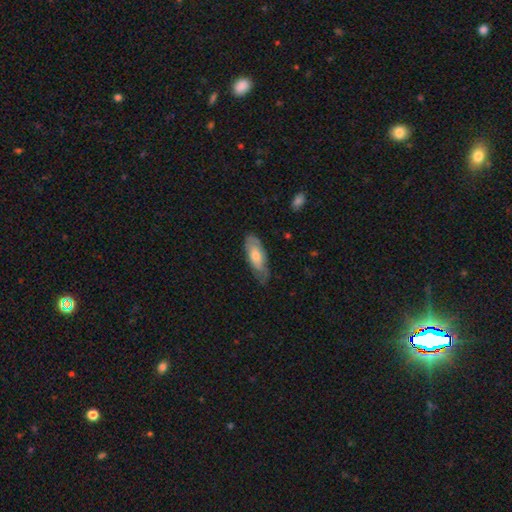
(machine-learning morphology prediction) A smooth galaxy with no disk features (59%) that is in between round and cigar-shaped (74%).

Vote fractions:
- Smooth or featured? smooth: 59% / featured or disk: 36% / star or artifact: 6%
- How rounded? in between: 74% / cigar-shaped: 24% / round: 2%
- Merging? none: 61% / minor disturbance: 30% / major disturbance: 8% / merger: 1%